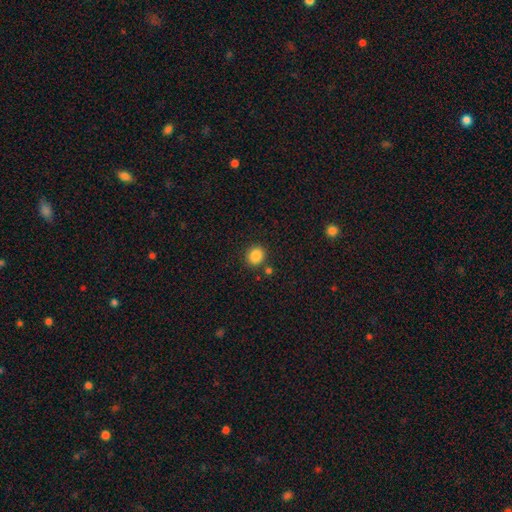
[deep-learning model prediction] A smooth galaxy with no disk features (87%) that is round (78%). Merging: none (84%).